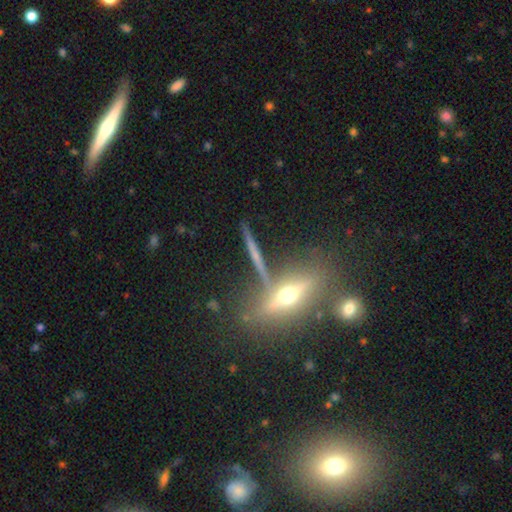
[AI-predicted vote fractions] smooth-or-featured: featured or disk: 61% | smooth: 23% | star or artifact: 15%
  disk-edge-on: yes: 91% | no: 9%
    edge-on-bulge: rounded: 74% | none: 20% | boxy: 6%
  merging: none: 78% | minor disturbance: 9% | merger: 9% | major disturbance: 4%